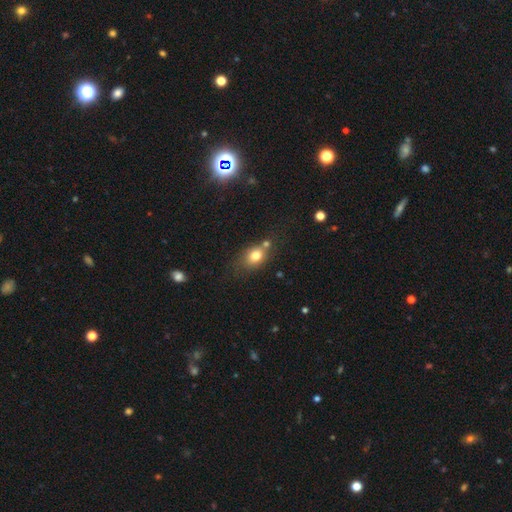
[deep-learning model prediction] The model was most divided on "how rounded": in between: 58%, round: 40%, cigar-shaped: 2%. More confident: smooth or featured — smooth (76%); merging — none (52%).